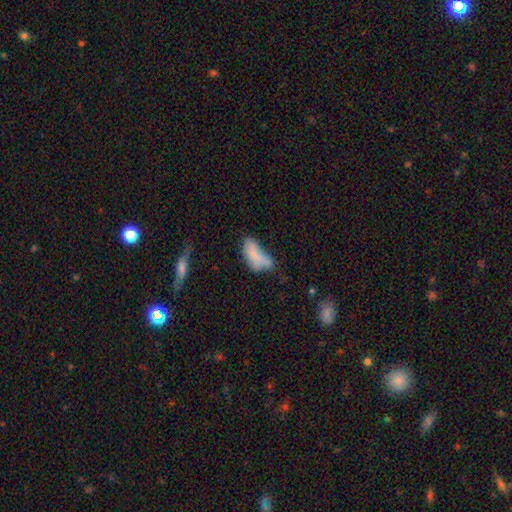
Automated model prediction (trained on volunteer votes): smooth 71%, featured or disk 20%, star or artifact 10%. Down the decision tree: how rounded — in between (88%); merging — minor disturbance (30%).